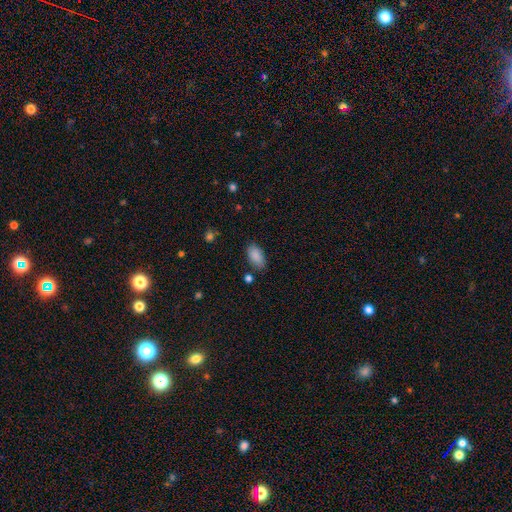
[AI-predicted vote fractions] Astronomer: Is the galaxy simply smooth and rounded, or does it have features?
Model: smooth — 88%.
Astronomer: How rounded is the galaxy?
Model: in between — 93%.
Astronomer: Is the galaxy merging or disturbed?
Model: none — 79%.